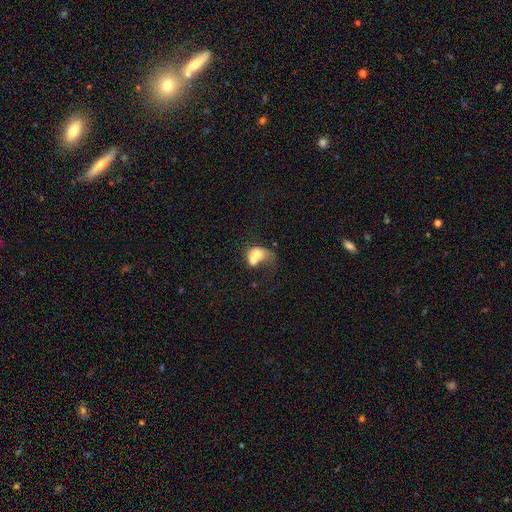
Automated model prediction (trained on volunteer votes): Overall: smooth (59%; featured or disk 32%). How rounded: in between (58%; round 40%). Merging: merger (66%).